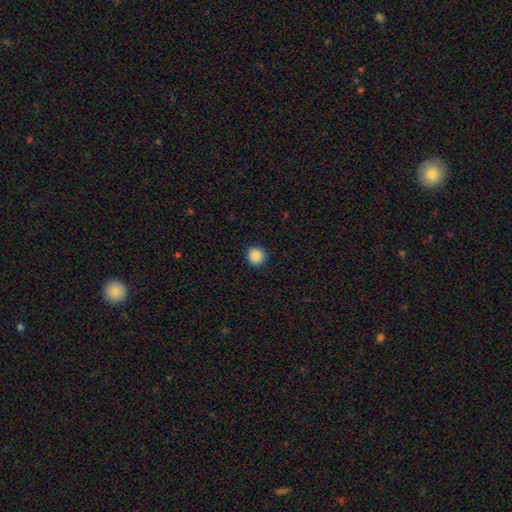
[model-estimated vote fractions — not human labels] A smooth galaxy with no disk features (88%) that is round (94%). Merging: none (92%).